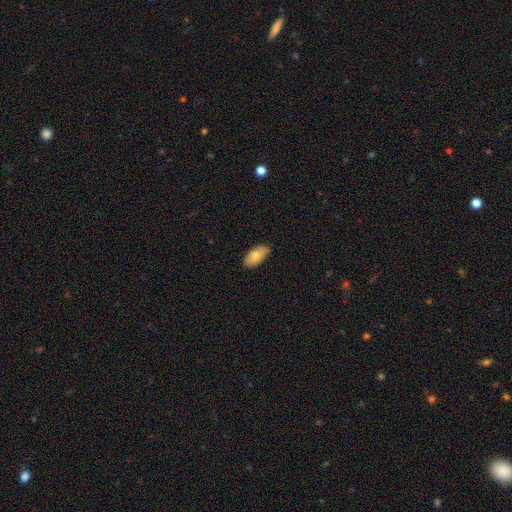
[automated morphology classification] smooth 81%, featured or disk 13%, star or artifact 6%. Down the decision tree: how rounded — in between (93%); merging — none (86%).